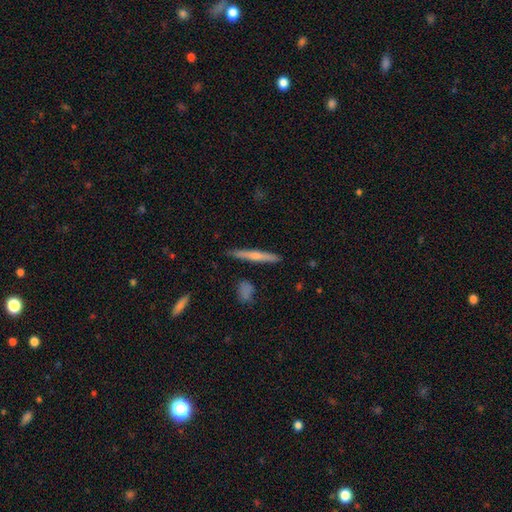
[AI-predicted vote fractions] This is possibly a featured or disk galaxy (51%). It is clearly viewed edge-on (96%). Merging: clearly none (88%).